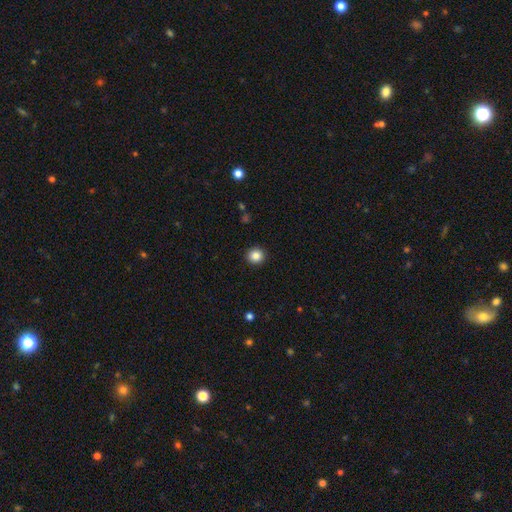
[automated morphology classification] Smooth or featured?
  - smooth: 86% *
  - star or artifact: 10%
  - featured or disk: 4%
How rounded?
  - round: 90% *
  - in between: 9%
  - cigar-shaped: 1%
Merging?
  - none: 93% *
  - minor disturbance: 5%
  - major disturbance: 2%
  - merger: 1%